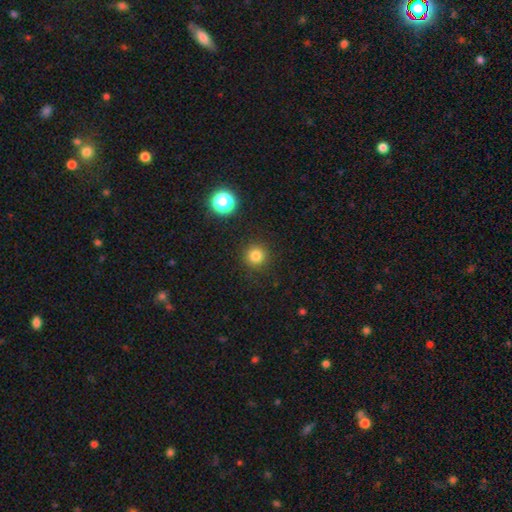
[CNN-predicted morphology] smooth-or-featured: smooth: 81% | star or artifact: 14% | featured or disk: 5%
  how-rounded: round: 95% | in between: 4% | cigar-shaped: 1%
  merging: none: 91% | minor disturbance: 6% | major disturbance: 2% | merger: 1%